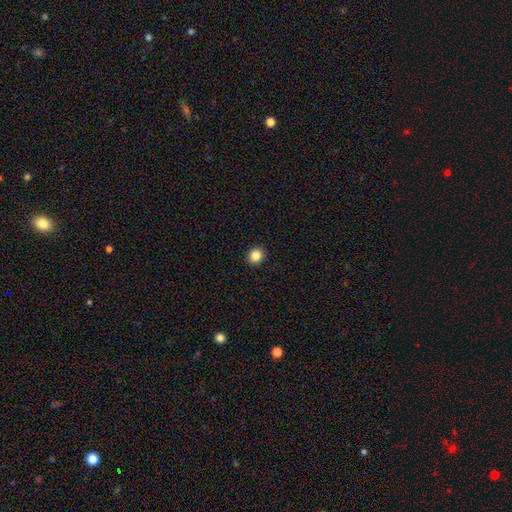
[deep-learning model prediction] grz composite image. It shows a smooth galaxy with no disk features (85%) that is round (89%). Merging: none (93%).